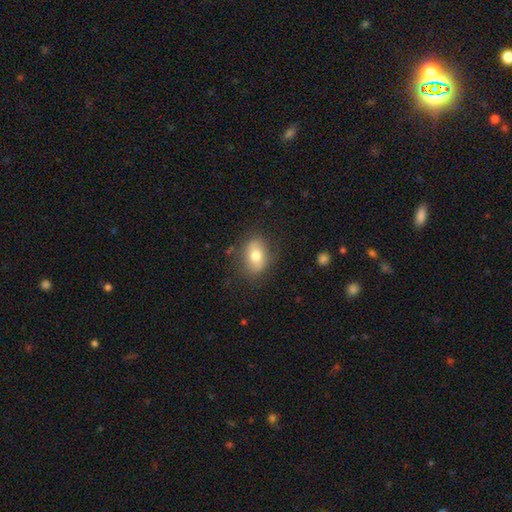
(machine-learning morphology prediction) Smooth or featured: smooth — 69% (featured or disk — 23%)
How rounded: in between — 80% (round — 18%)
Merging: none — 78% (minor disturbance — 16%)